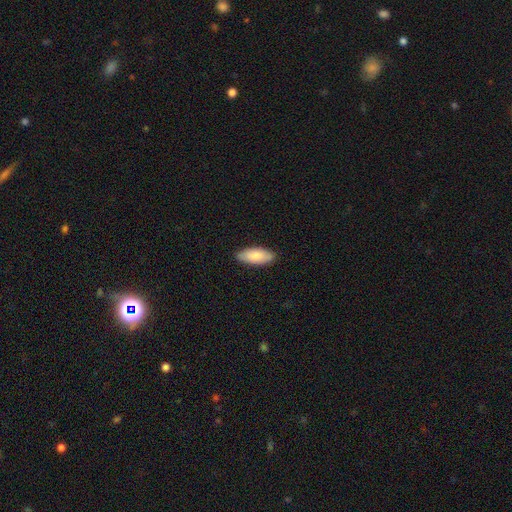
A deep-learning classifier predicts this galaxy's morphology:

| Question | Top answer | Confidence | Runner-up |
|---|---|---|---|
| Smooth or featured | smooth | 85% | featured or disk (10%) |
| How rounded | in between | 85% | cigar-shaped (13%) |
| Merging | none | 85% | minor disturbance (12%) |